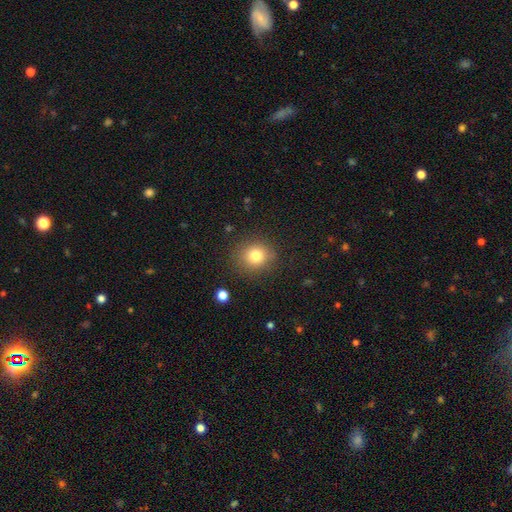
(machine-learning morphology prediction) This is likely a smooth galaxy (79%). How rounded: clearly round (83%). Merging: clearly none (85%).